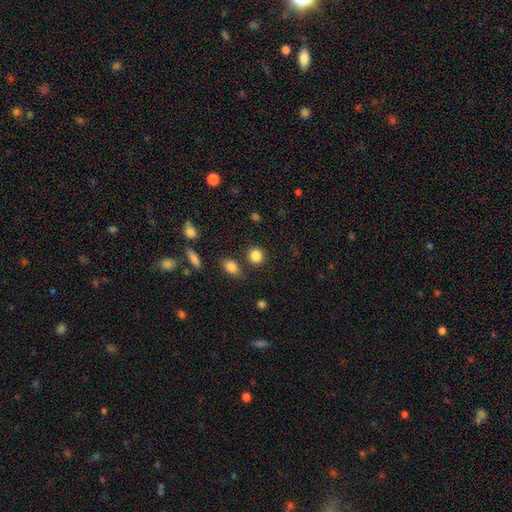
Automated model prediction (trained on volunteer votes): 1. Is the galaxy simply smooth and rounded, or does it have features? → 86% smooth, 10% star or artifact, 4% featured or disk.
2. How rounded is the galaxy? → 84% round, 15% in between, 1% cigar-shaped.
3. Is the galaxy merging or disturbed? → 81% none, 8% minor disturbance, 7% merger, 3% major disturbance.